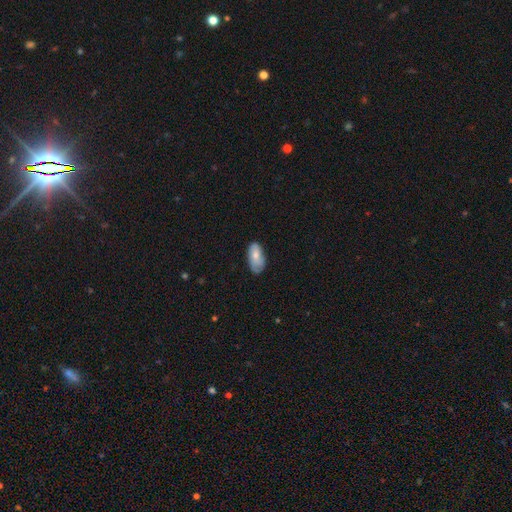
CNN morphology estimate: Q: Smooth or featured?
A: smooth (63%); runner-up: featured or disk (31%)
Q: How rounded?
A: in between (91%); runner-up: cigar-shaped (5%)
Q: Merging?
A: none (62%); runner-up: minor disturbance (30%)